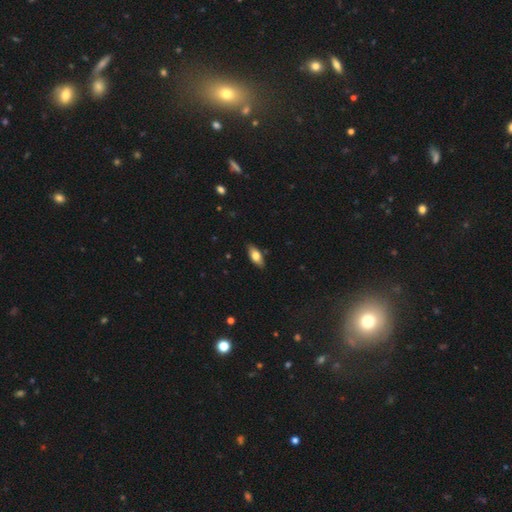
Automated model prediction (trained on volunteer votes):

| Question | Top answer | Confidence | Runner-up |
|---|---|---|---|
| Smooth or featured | smooth | 73% | featured or disk (20%) |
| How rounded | in between | 84% | cigar-shaped (13%) |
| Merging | none | 86% | minor disturbance (11%) |